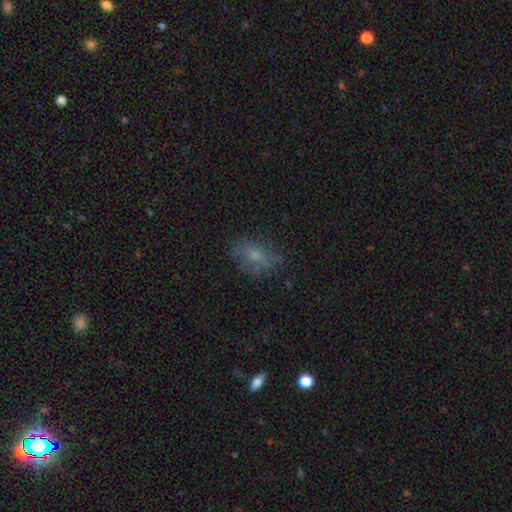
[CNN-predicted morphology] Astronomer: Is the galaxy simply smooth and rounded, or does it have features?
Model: smooth — 56%.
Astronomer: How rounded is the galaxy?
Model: in between — 74%.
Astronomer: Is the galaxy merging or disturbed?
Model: none — 58%.